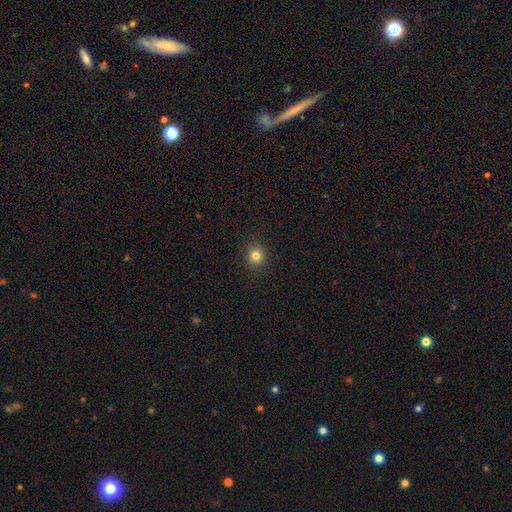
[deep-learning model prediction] The model was most divided on "smooth or featured": smooth: 81%, star or artifact: 13%, featured or disk: 6%. More confident: merging — none (91%); how rounded — round (88%).